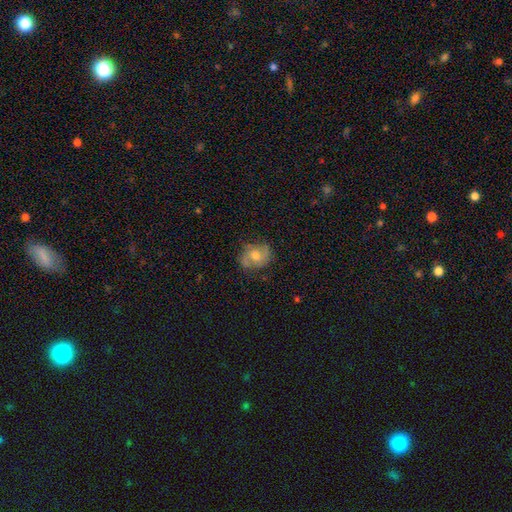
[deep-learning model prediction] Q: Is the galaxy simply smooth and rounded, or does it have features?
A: featured or disk — 61%.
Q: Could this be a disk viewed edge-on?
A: no — 97%.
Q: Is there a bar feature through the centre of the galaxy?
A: no — 64%.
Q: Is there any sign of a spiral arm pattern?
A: yes — 83%.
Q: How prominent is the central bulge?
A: moderate — 72%.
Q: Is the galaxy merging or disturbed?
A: none — 73%.